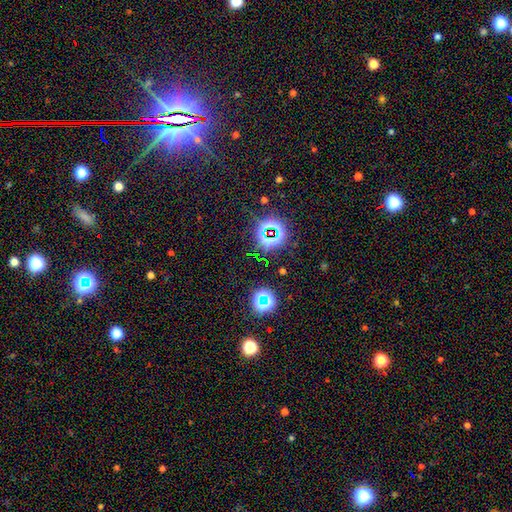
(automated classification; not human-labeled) Q: Smooth or featured?
A: star or artifact (75%); runner-up: smooth (17%)